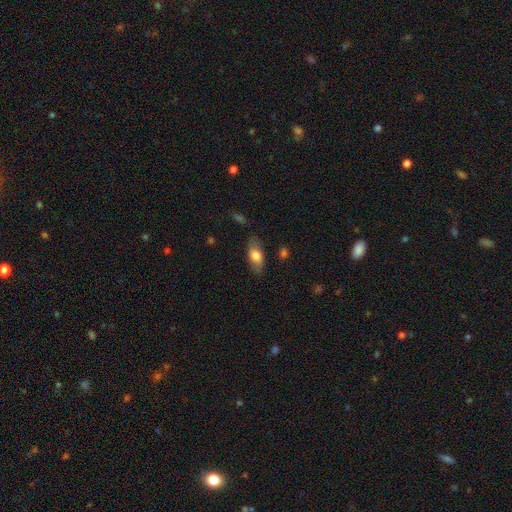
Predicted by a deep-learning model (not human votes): Morphology: type=smooth (70%); roundness=in between (83%); merging=none (79%).